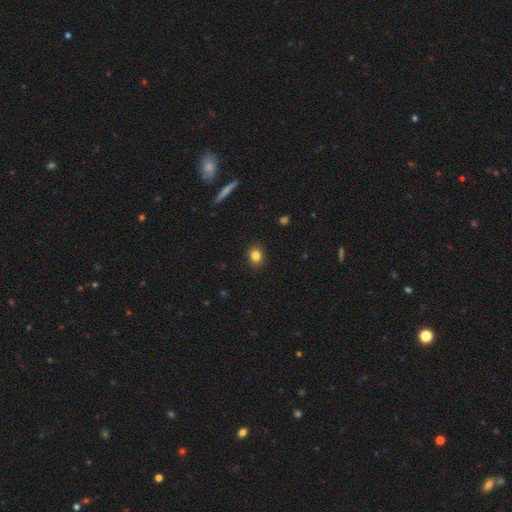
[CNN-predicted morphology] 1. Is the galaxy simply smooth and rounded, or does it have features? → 84% smooth, 11% star or artifact, 6% featured or disk.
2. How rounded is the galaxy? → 59% round, 40% in between, 1% cigar-shaped.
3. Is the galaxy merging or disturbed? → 90% none, 7% minor disturbance, 2% major disturbance, 1% merger.